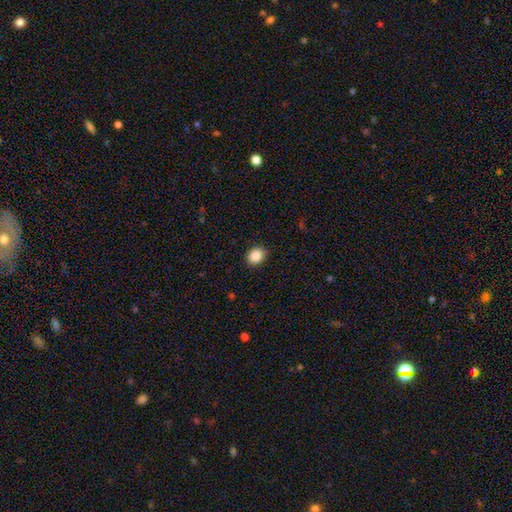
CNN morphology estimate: The model was most divided on "how rounded": round: 52%, in between: 48%, cigar-shaped: 1%. More confident: merging — none (89%); smooth or featured — smooth (88%).